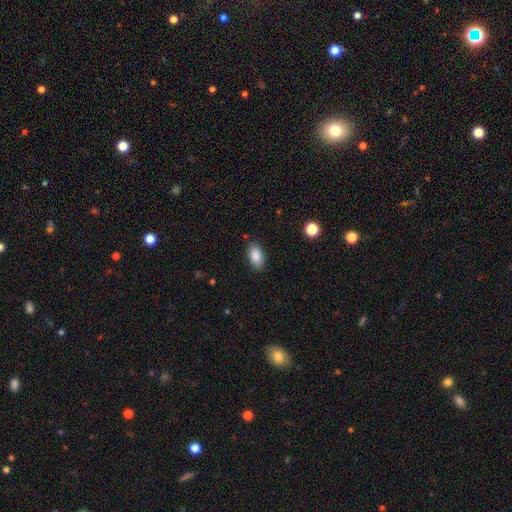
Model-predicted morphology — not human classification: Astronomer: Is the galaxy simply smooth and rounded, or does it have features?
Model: smooth — 87%.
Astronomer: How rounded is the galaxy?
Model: in between — 92%.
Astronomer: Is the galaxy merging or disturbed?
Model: none — 85%.